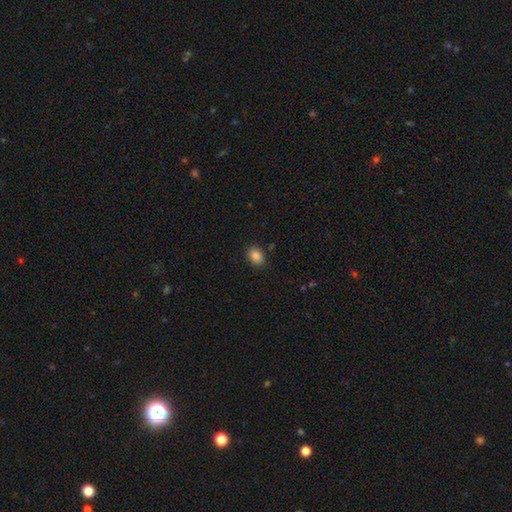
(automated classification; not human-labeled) smooth 87%, star or artifact 9%, featured or disk 4%. Down the decision tree: how rounded — in between (73%); merging — none (86%).